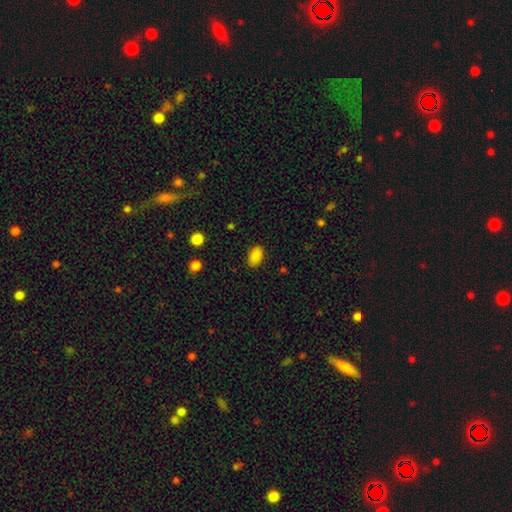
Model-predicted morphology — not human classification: This is clearly a smooth galaxy (87%). How rounded: clearly in between (91%). Merging: clearly none (86%).